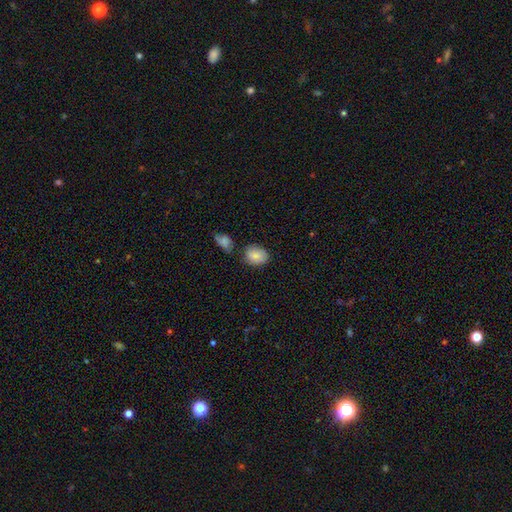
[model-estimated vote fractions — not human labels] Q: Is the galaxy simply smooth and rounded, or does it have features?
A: smooth — 83%.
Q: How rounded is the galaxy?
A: in between — 68%.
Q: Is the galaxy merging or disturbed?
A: none — 66%.